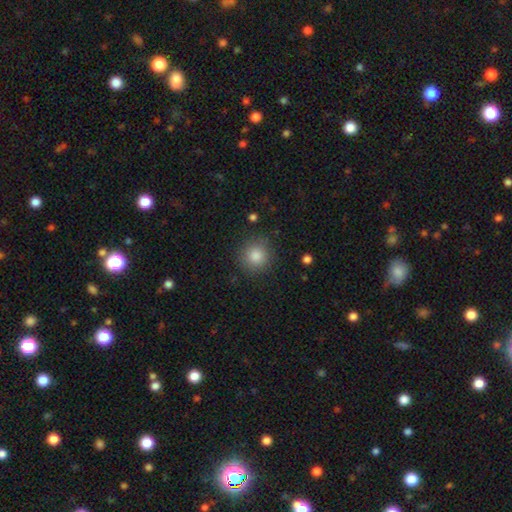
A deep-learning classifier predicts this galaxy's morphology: A smooth galaxy with no disk features (84%) that is round (93%).

Vote fractions:
- Smooth or featured? smooth: 84% / star or artifact: 10% / featured or disk: 5%
- How rounded? round: 93% / in between: 6% / cigar-shaped: 1%
- Merging? none: 88% / minor disturbance: 9% / major disturbance: 3% / merger: 1%